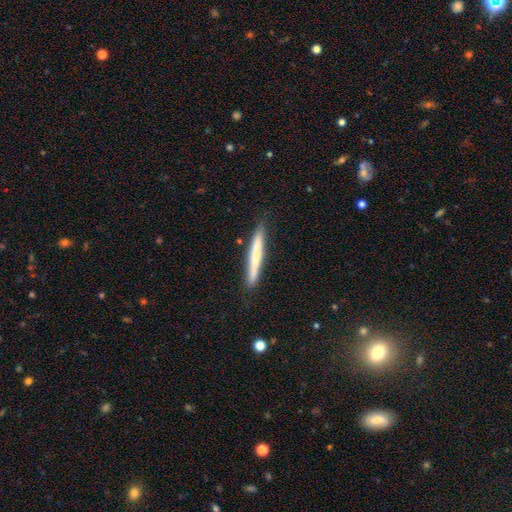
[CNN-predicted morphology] Overall: smooth (61%; featured or disk 33%). How rounded: cigar-shaped (96%). Merging: none (86%).